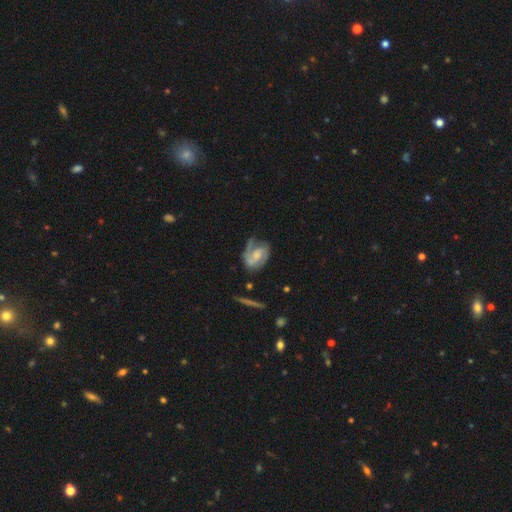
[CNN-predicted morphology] Smooth or featured? featured or disk (75%)
Edge-on disk? no (97%)
Bar? no (49%)
Spiral arms? yes (90%)
Spiral winding? medium (45%)
Spiral arm count? 2 (66%)
Bulge size? moderate (39%)
Merging? none (52%)